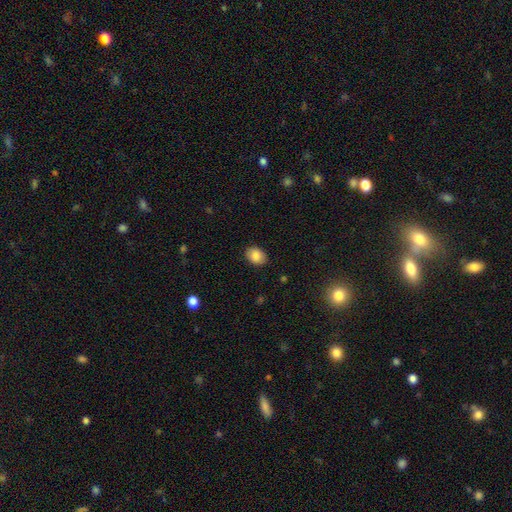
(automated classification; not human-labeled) smooth_or_featured: smooth (p=0.85) [alt: star or artifact p=0.08]
how_rounded: in between (p=0.68) [alt: round p=0.31]
merging: none (p=0.86) [alt: minor disturbance p=0.10]